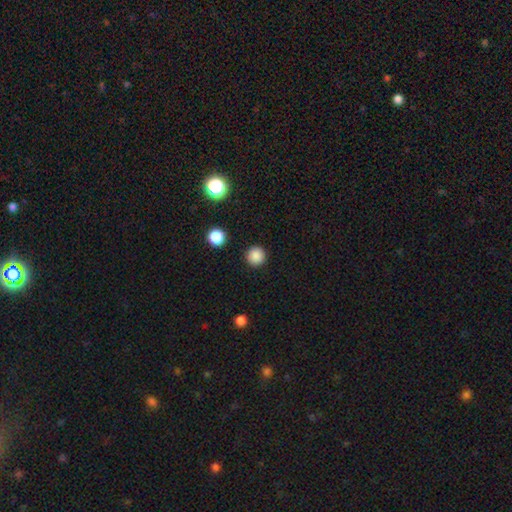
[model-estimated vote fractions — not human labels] A smooth galaxy with no disk features (86%) that is round (96%).

Vote fractions:
- Smooth or featured? smooth: 86% / star or artifact: 11% / featured or disk: 3%
- How rounded? round: 96% / in between: 3% / cigar-shaped: 1%
- Merging? none: 92% / minor disturbance: 5% / major disturbance: 2% / merger: 1%